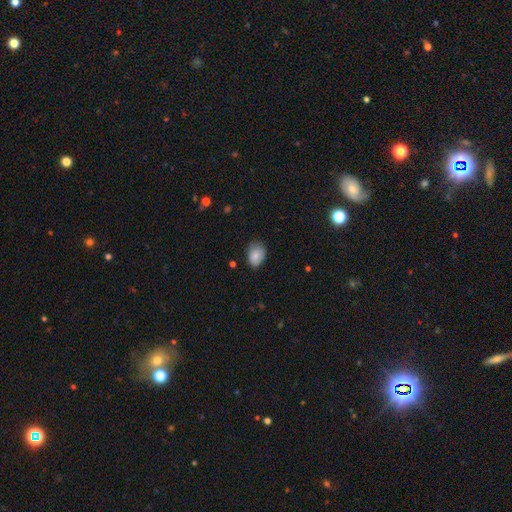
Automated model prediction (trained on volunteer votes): Smooth or featured?
  - smooth: 85% *
  - star or artifact: 8%
  - featured or disk: 6%
How rounded?
  - in between: 70% *
  - round: 29%
  - cigar-shaped: 1%
Merging?
  - none: 70% *
  - minor disturbance: 25%
  - major disturbance: 4%
  - merger: 1%